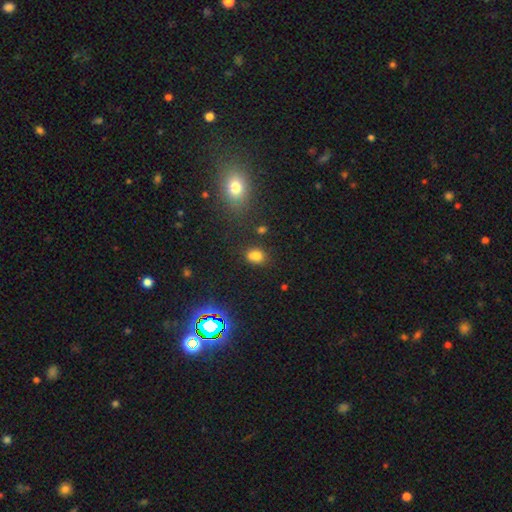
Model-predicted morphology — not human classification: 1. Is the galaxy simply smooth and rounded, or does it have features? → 74% smooth, 18% star or artifact, 7% featured or disk.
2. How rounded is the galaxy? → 62% in between, 37% round, 1% cigar-shaped.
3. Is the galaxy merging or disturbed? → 65% none, 17% minor disturbance, 13% merger, 5% major disturbance.